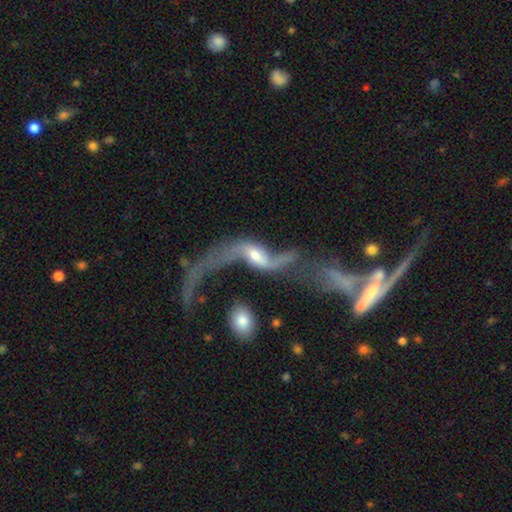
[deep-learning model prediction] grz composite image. It shows a featured or disk galaxy (81%) with a weak bar (41%), 2 (91%) loose (94%) spiral arms (87%) and a moderate central bulge (55%). Merging: major disturbance (33%).